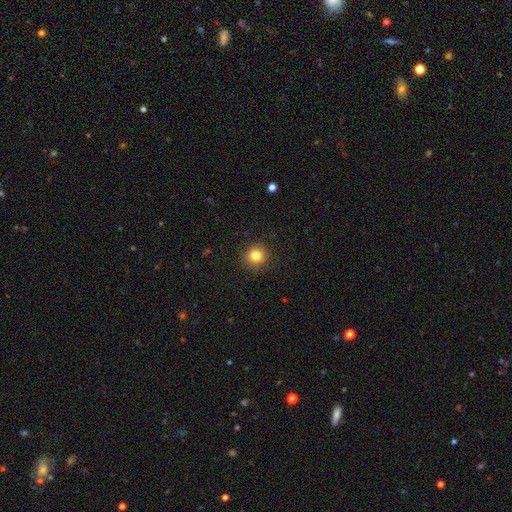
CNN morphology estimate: Smooth or featured? Predicted: smooth (p=0.82). How rounded? Predicted: round (p=0.93). Merging? Predicted: none (p=0.91).